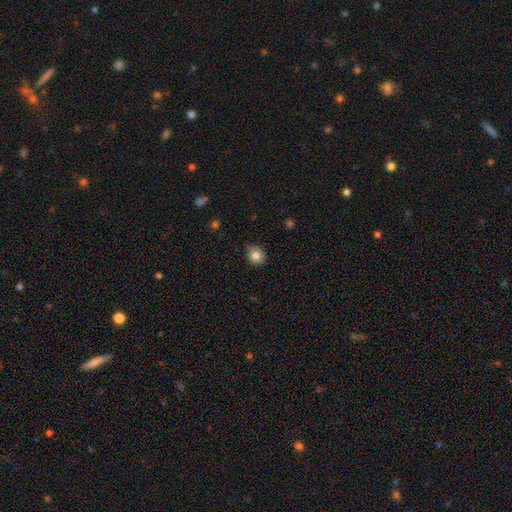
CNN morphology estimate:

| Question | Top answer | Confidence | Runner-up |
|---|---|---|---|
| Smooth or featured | smooth | 81% | star or artifact (11%) |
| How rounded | round | 82% | in between (18%) |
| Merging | none | 73% | minor disturbance (22%) |